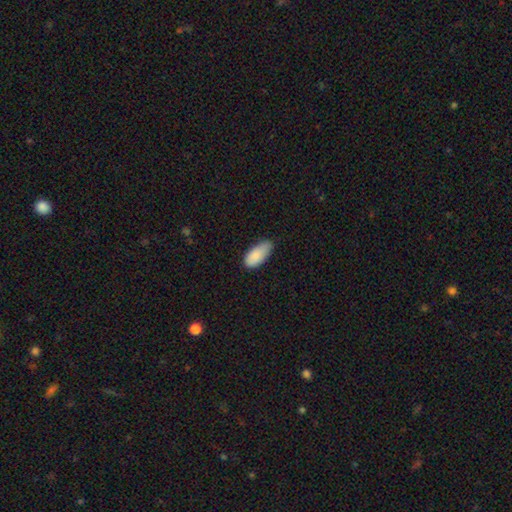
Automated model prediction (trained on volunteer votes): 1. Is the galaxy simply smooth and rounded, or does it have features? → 87% smooth, 7% featured or disk, 6% star or artifact.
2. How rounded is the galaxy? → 90% in between, 8% cigar-shaped, 2% round.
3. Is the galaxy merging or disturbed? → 56% none, 37% minor disturbance, 5% major disturbance, 2% merger.